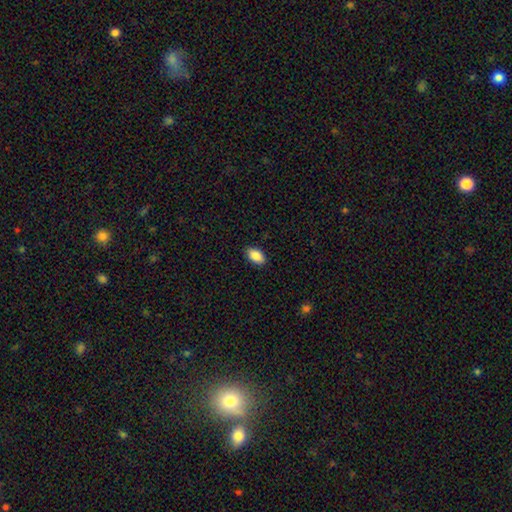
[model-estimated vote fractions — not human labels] Smooth or featured? Predicted: smooth (p=0.89). How rounded? Predicted: in between (p=0.93). Merging? Predicted: none (p=0.89).